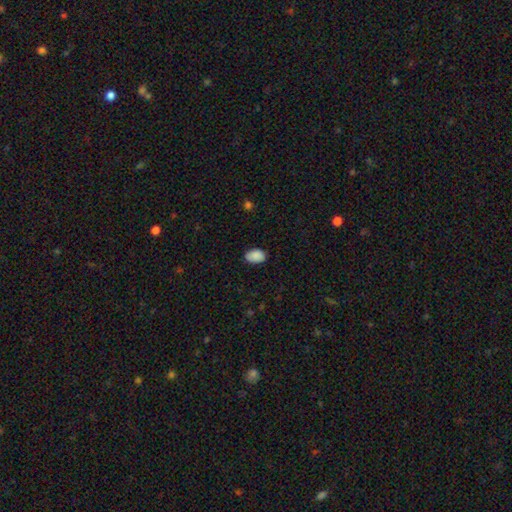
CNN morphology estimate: Smooth or featured? smooth (89%)
How rounded? in between (90%)
Merging? none (83%)